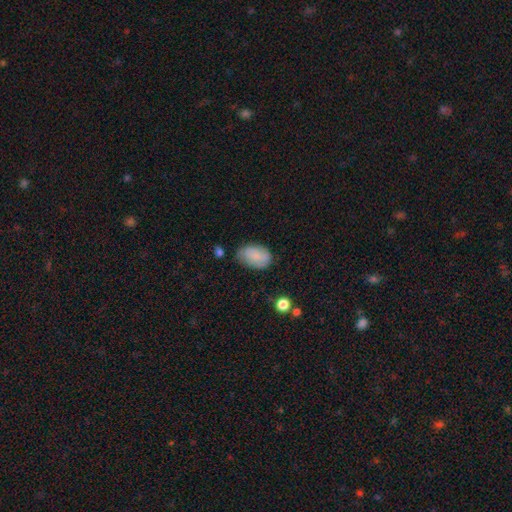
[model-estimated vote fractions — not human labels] Smooth or featured? smooth (81%)
How rounded? in between (89%)
Merging? none (65%)